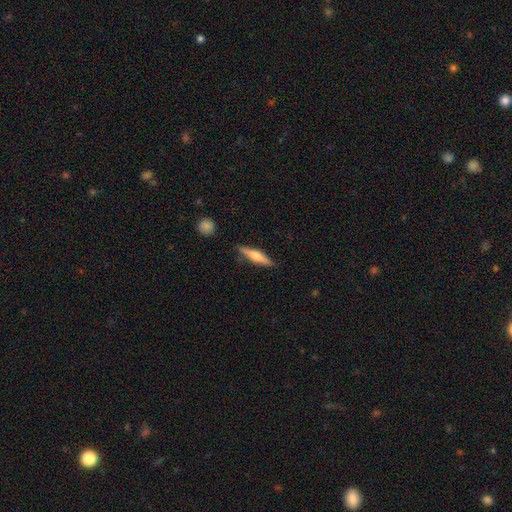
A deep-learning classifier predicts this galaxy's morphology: Q: Smooth or featured?
A: featured or disk (51%); runner-up: smooth (44%)
Q: Edge-on disk?
A: yes (95%); runner-up: no (5%)
Q: Merging?
A: none (86%); runner-up: minor disturbance (10%)